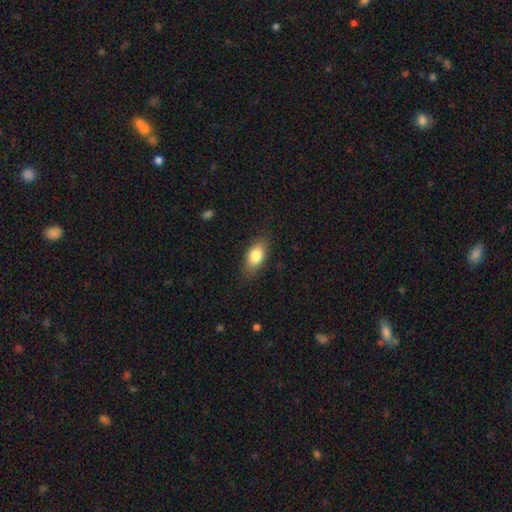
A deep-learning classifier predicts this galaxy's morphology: Smooth or featured? Predicted: smooth (p=0.81). How rounded? Predicted: in between (p=0.87). Merging? Predicted: none (p=0.82).